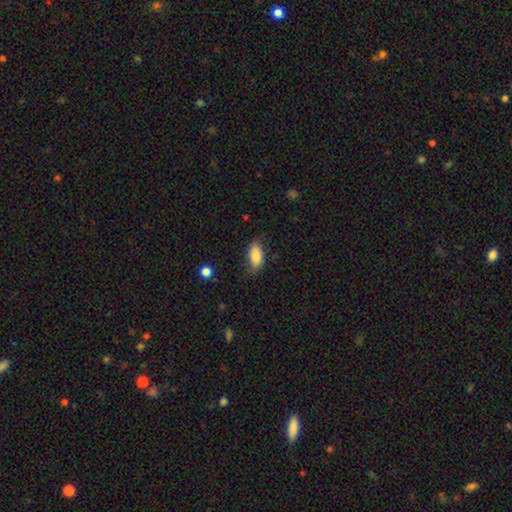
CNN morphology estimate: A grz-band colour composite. It shows a smooth galaxy with no disk features (78%) that is in between round and cigar-shaped (90%). Merging: none (71%).